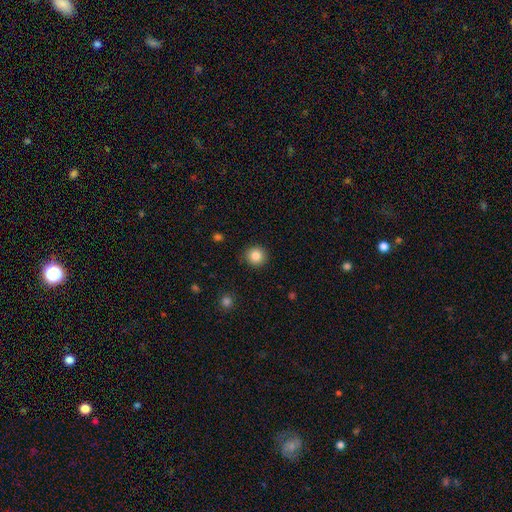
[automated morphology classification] smooth 85%, star or artifact 10%, featured or disk 5%. Down the decision tree: how rounded — round (94%); merging — none (91%).